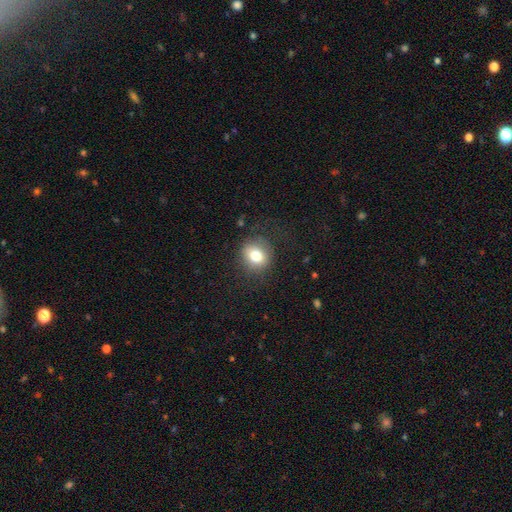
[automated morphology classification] Smooth or featured? Predicted: smooth (p=0.77). How rounded? Predicted: round (p=0.78). Merging? Predicted: none (p=0.80).